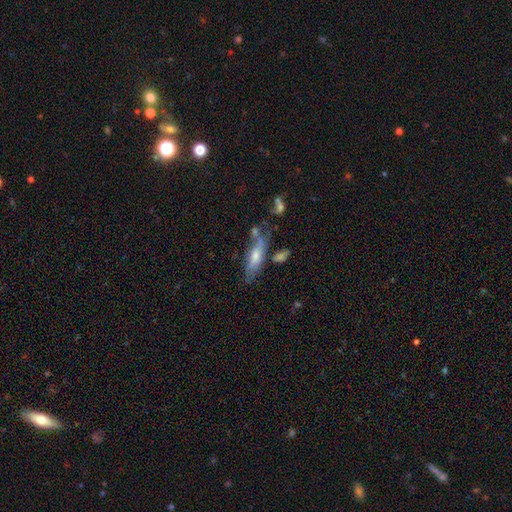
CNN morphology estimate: Smooth or featured?
  - smooth: 52% *
  - featured or disk: 40%
  - star or artifact: 8%
How rounded?
  - cigar-shaped: 55% *
  - in between: 43%
  - round: 3%
Merging?
  - none: 50% *
  - minor disturbance: 23%
  - merger: 15%
  - major disturbance: 12%